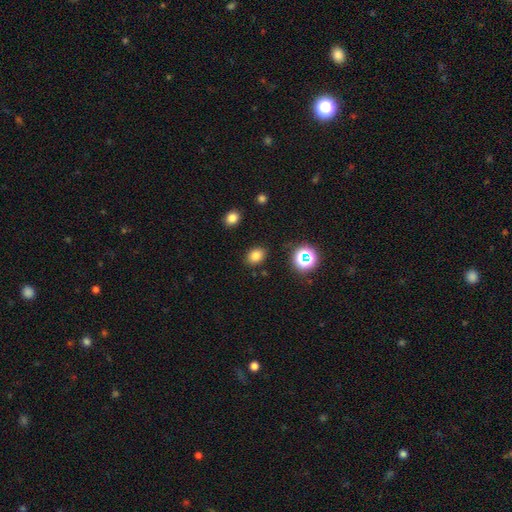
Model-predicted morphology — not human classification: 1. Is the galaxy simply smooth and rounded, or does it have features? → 79% smooth, 15% star or artifact, 6% featured or disk.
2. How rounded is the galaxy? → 66% in between, 33% round, 1% cigar-shaped.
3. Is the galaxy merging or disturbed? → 86% none, 9% minor disturbance, 3% major disturbance, 2% merger.